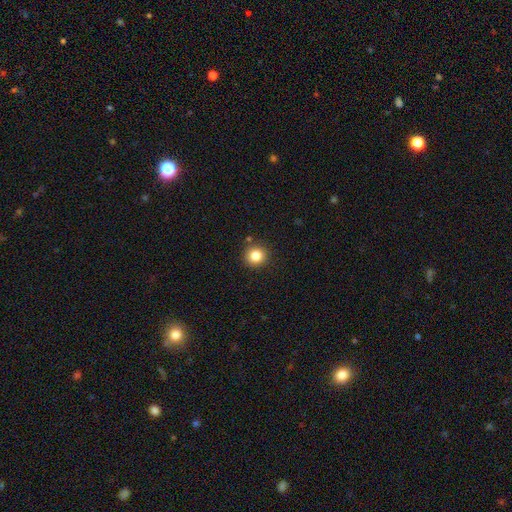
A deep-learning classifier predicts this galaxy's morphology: type=smooth (83%); roundness=round (93%); merging=none (89%).